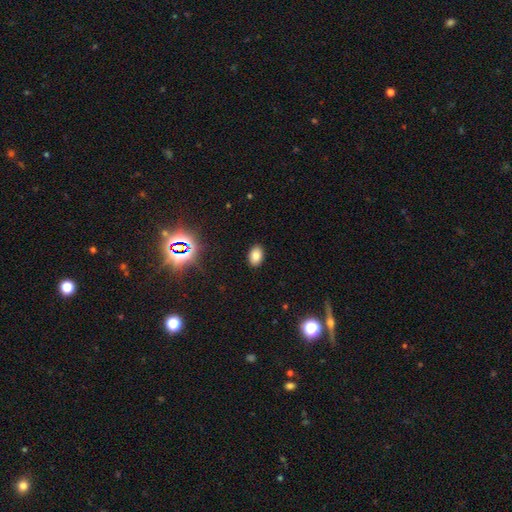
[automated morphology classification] This appears to be a smooth galaxy with no disk features (79%) that is in between round and cigar-shaped (86%). Merging: none (89%).